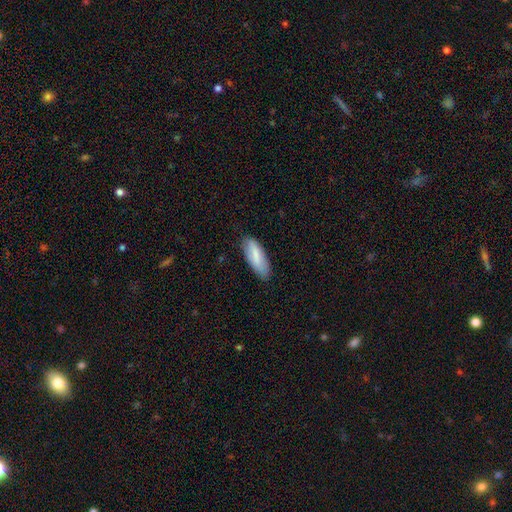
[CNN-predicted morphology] smooth-or-featured: smooth: 80% | featured or disk: 14% | star or artifact: 6%
  how-rounded: in between: 68% | cigar-shaped: 30% | round: 2%
  merging: none: 80% | minor disturbance: 16% | major disturbance: 3% | merger: 1%